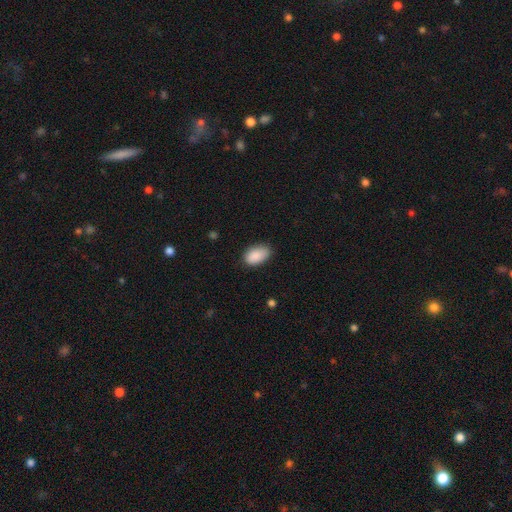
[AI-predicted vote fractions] smooth 89%, star or artifact 7%, featured or disk 4%. Down the decision tree: how rounded — in between (93%); merging — none (78%).